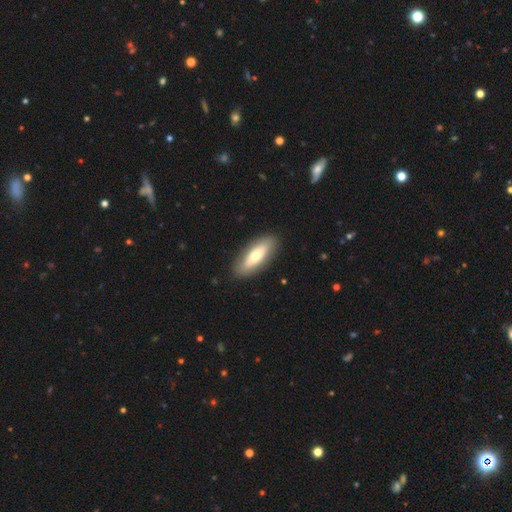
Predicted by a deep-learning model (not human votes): A smooth galaxy with no disk features (64%) that is in between round and cigar-shaped (69%).

Vote fractions:
- Smooth or featured? smooth: 64% / featured or disk: 31% / star or artifact: 5%
- How rounded? in between: 69% / cigar-shaped: 28% / round: 2%
- Merging? none: 88% / minor disturbance: 8% / major disturbance: 2% / merger: 1%